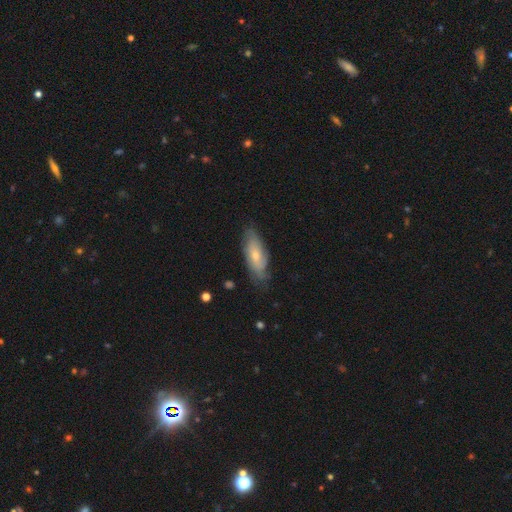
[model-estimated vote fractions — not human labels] This appears to be a smooth galaxy with no disk features (49%). Merging: none (67%).